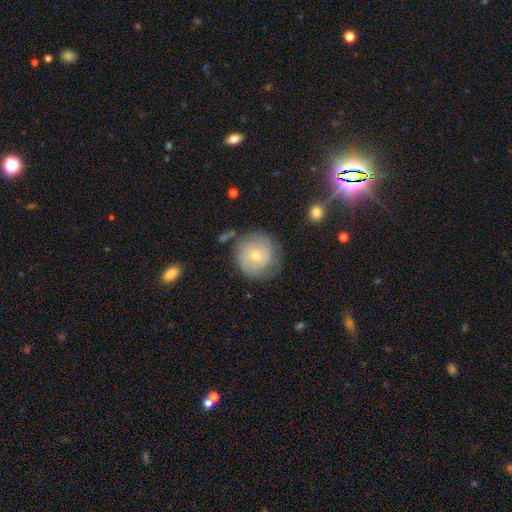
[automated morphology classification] Smooth or featured? Predicted: smooth (p=0.51). How rounded? Predicted: round (p=0.92). Merging? Predicted: none (p=0.69).